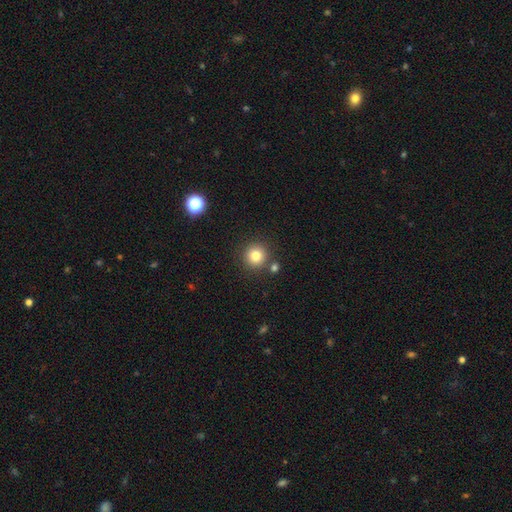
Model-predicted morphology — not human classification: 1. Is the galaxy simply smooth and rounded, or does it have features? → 82% smooth, 12% star or artifact, 7% featured or disk.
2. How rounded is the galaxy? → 94% round, 6% in between, 1% cigar-shaped.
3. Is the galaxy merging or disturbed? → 83% none, 7% minor disturbance, 7% merger, 3% major disturbance.